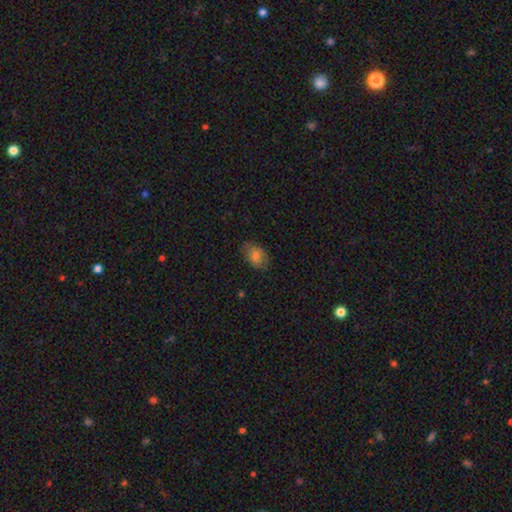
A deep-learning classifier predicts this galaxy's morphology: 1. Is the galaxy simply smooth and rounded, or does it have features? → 70% smooth, 20% featured or disk, 9% star or artifact.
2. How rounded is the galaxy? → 82% in between, 16% round, 1% cigar-shaped.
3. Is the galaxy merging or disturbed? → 75% none, 19% minor disturbance, 5% major disturbance, 1% merger.